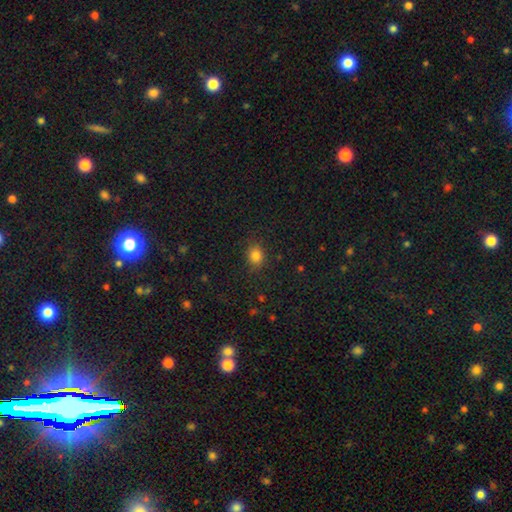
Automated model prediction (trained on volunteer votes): Smooth or featured? smooth (82%)
How rounded? round (60%)
Merging? none (84%)